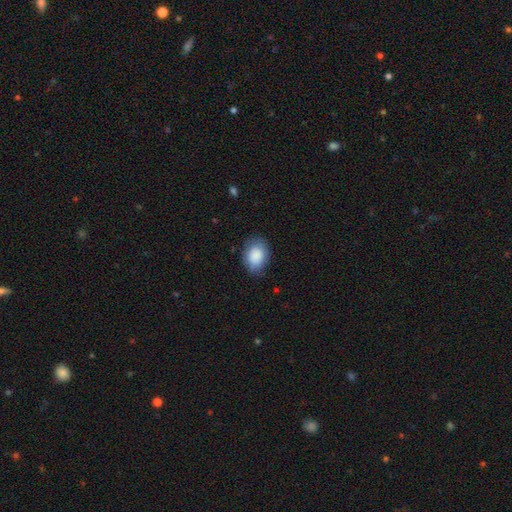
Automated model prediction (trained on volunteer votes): Smooth or featured: smooth — 87% (star or artifact — 7%)
How rounded: in between — 73% (round — 26%)
Merging: none — 77% (minor disturbance — 18%)